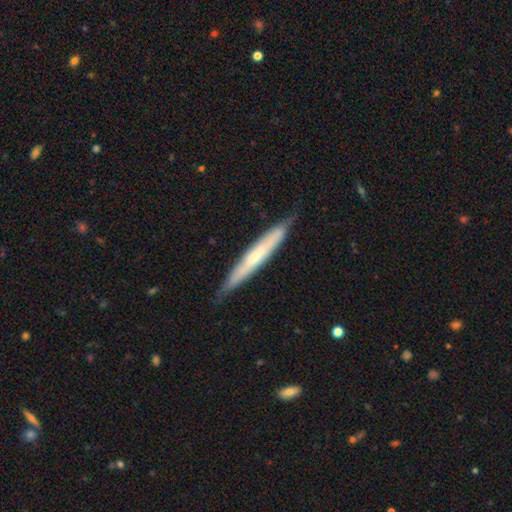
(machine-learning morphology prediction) Smooth or featured?
  - featured or disk: 49% *
  - smooth: 46%
  - star or artifact: 6%
Merging?
  - none: 83% *
  - minor disturbance: 13%
  - major disturbance: 2%
  - merger: 1%